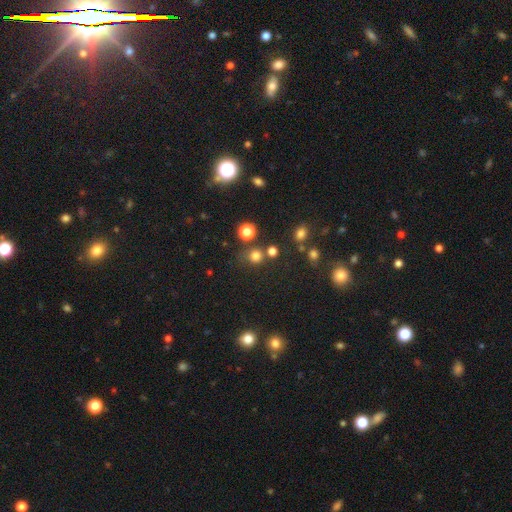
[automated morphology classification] Smooth or featured? smooth (74%)
How rounded? round (86%)
Merging? none (71%)